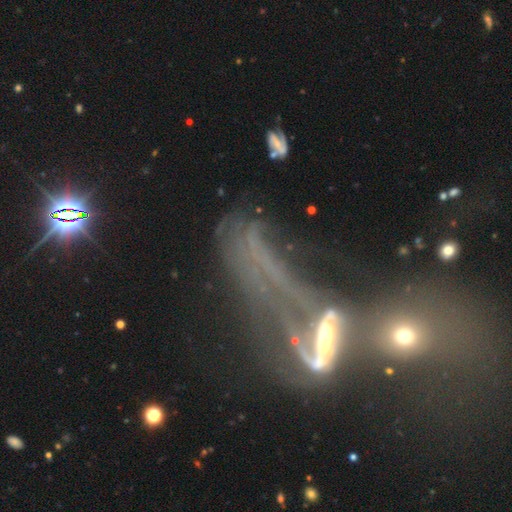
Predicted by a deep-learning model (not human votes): A featured or disk galaxy (54%).

Vote fractions:
- Smooth or featured? featured or disk: 54% / smooth: 23% / star or artifact: 23%
- Edge-on disk? no: 67% / yes: 33%
- Merging? merger: 44% / major disturbance: 33% / none: 13% / minor disturbance: 9%